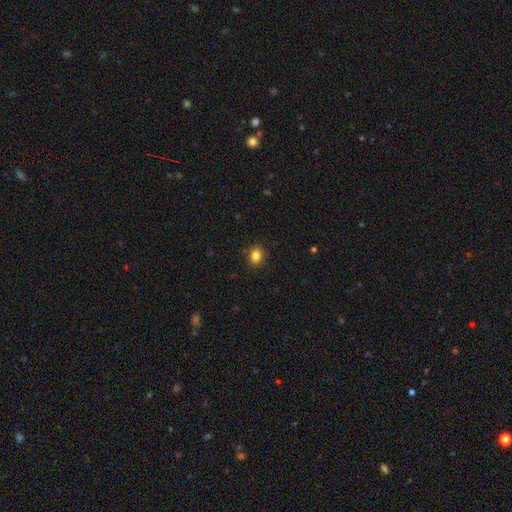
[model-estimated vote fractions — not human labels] smooth_or_featured: smooth (p=0.84) [alt: star or artifact p=0.11]
how_rounded: round (p=0.59) [alt: in between p=0.40]
merging: none (p=0.88) [alt: minor disturbance p=0.09]